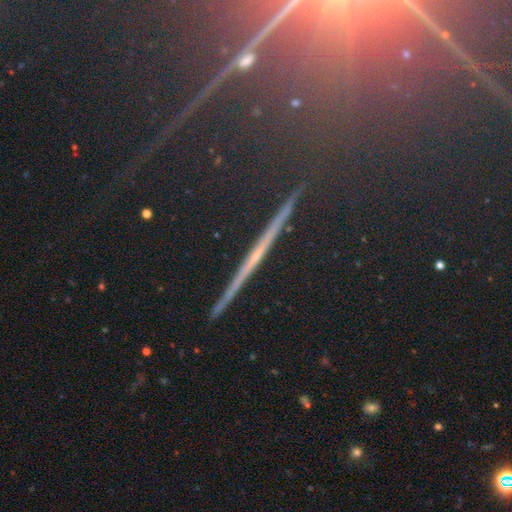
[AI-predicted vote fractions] Smooth or featured: star or artifact — 44% (featured or disk — 42%)